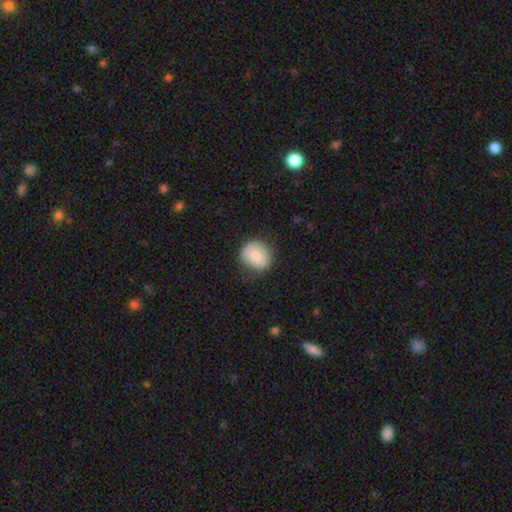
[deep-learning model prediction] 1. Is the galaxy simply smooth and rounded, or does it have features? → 72% smooth, 21% featured or disk, 7% star or artifact.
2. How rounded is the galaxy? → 78% round, 21% in between, 1% cigar-shaped.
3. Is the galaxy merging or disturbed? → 73% none, 21% minor disturbance, 5% major disturbance, 1% merger.